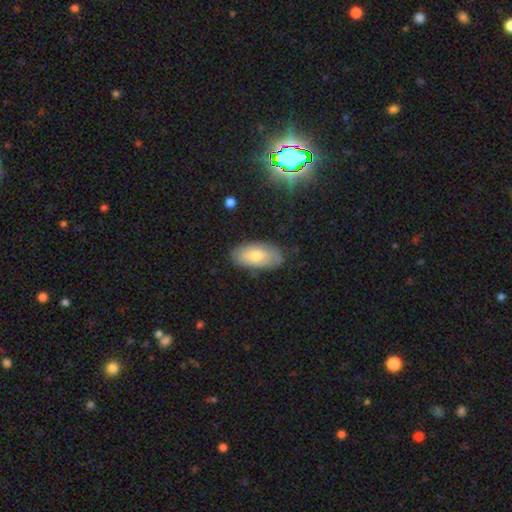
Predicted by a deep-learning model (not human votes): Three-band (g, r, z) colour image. It shows a smooth galaxy with no disk features (61%) that is in between round and cigar-shaped (93%). Merging: none (80%).